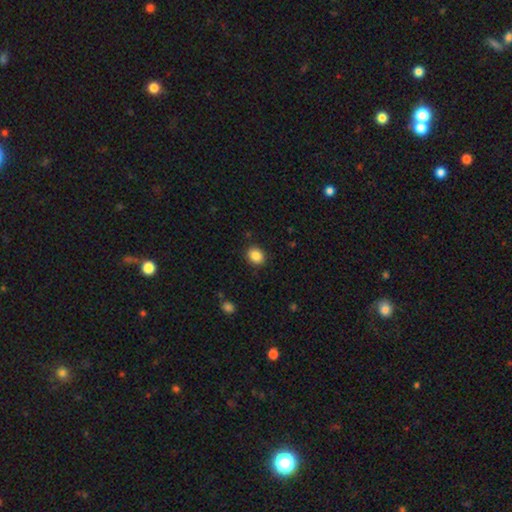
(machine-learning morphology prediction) smooth 87%, star or artifact 9%, featured or disk 3%. Down the decision tree: how rounded — round (57%); merging — none (89%).